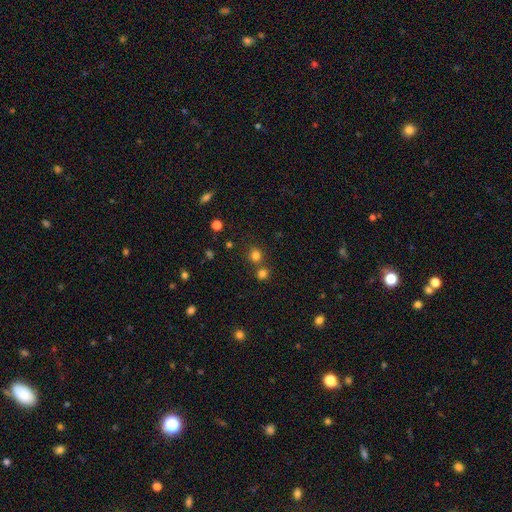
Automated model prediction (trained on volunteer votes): This appears to be a smooth galaxy with no disk features (77%) that is round (88%). Merging: none (70%).